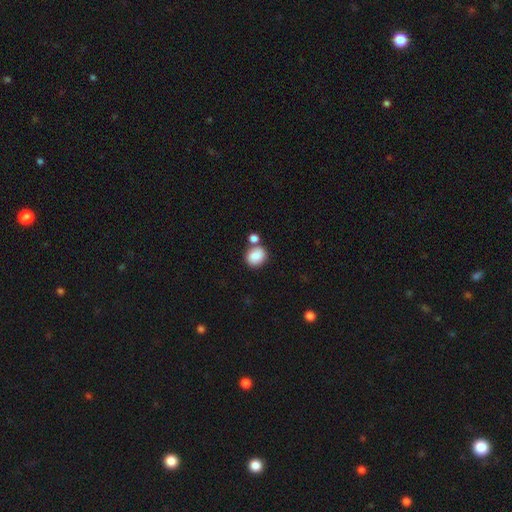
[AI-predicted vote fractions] Smooth or featured: smooth — 86% (star or artifact — 8%)
How rounded: round — 67% (in between — 32%)
Merging: none — 59% (merger — 25%)